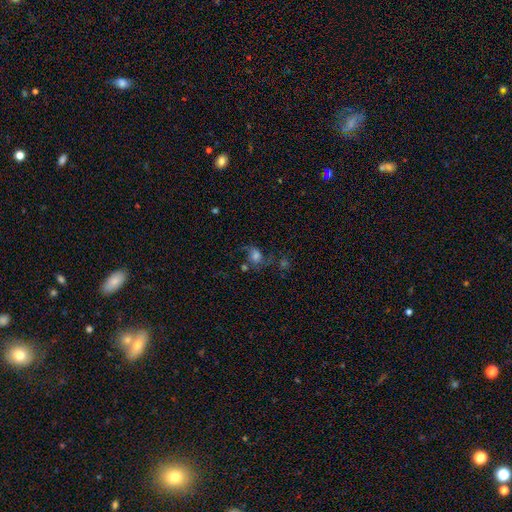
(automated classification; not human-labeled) Smooth or featured? featured or disk (41%)
Merging? none (44%)